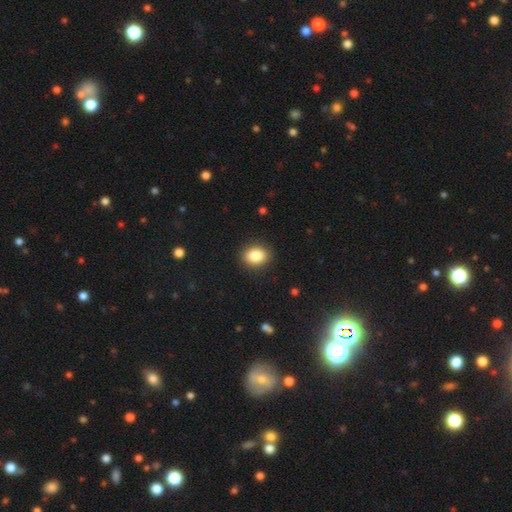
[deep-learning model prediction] A smooth galaxy with no disk features (87%) that is in between round and cigar-shaped (58%). Merging: none (89%).